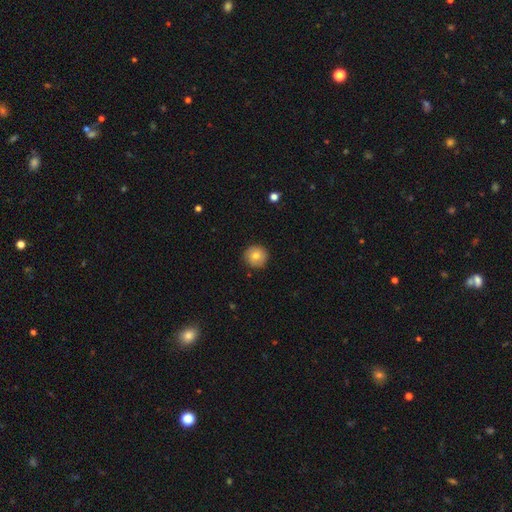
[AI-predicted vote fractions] smooth_or_featured: smooth (p=0.79) [alt: featured or disk p=0.13]
how_rounded: round (p=0.95) [alt: in between p=0.04]
merging: none (p=0.90) [alt: minor disturbance p=0.07]